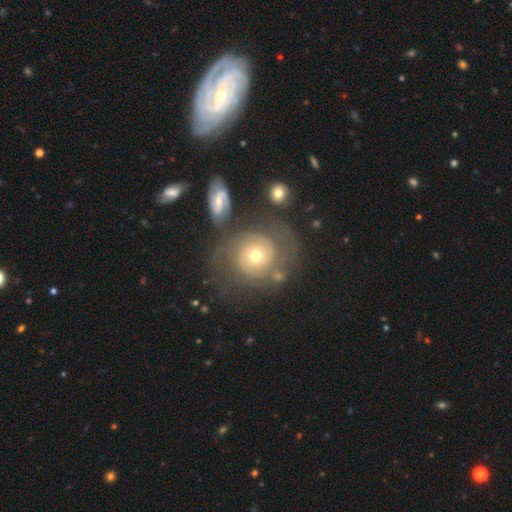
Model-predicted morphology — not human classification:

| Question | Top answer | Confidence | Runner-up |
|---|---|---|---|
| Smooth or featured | featured or disk | 75% | smooth (17%) |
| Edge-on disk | no | 97% | yes (3%) |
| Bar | no | 82% | weak (14%) |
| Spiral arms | yes | 89% | no (11%) |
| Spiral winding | tight | 68% | medium (25%) |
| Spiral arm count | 2 | 58% | can't tell (22%) |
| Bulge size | moderate | 54% | small (40%) |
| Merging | none | 62% | minor disturbance (16%) |